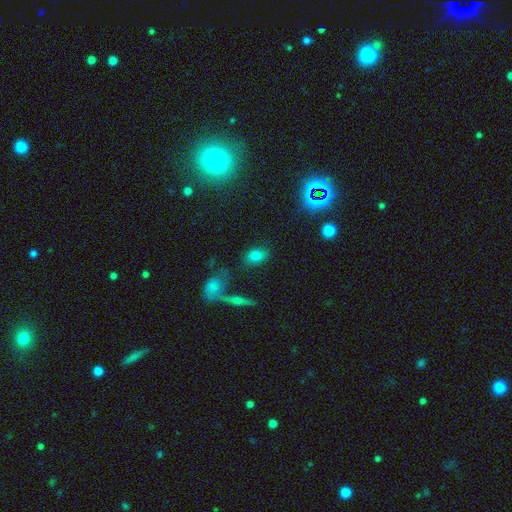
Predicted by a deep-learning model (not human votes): Morphology: type=smooth (77%); roundness=in between (80%); merging=none (81%).